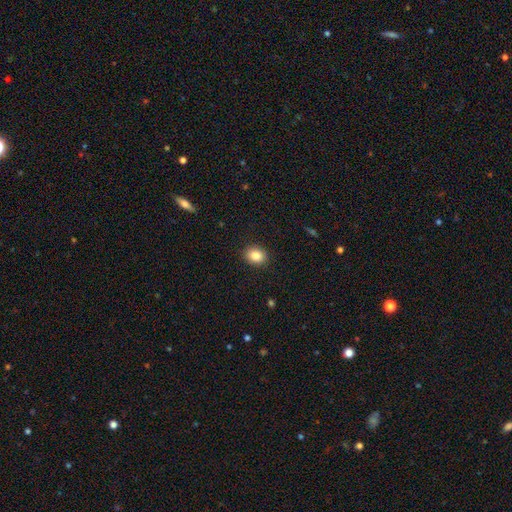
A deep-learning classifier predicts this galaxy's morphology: Smooth or featured: smooth — 85% (star or artifact — 9%)
How rounded: in between — 59% (round — 41%)
Merging: none — 90% (minor disturbance — 7%)